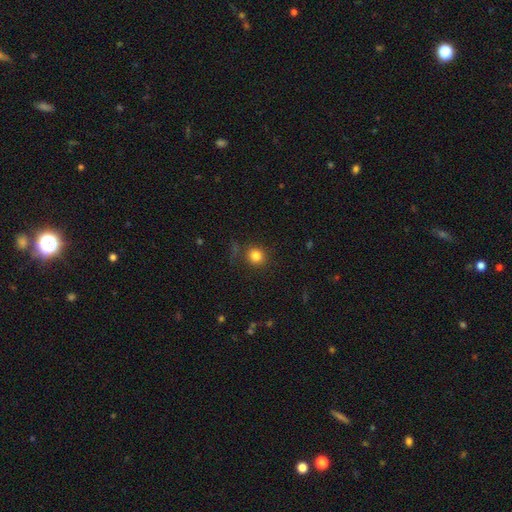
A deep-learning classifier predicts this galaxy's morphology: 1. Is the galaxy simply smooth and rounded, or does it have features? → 82% smooth, 12% star or artifact, 6% featured or disk.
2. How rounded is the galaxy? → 87% round, 12% in between, 1% cigar-shaped.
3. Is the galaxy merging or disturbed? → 81% none, 11% minor disturbance, 6% major disturbance, 2% merger.